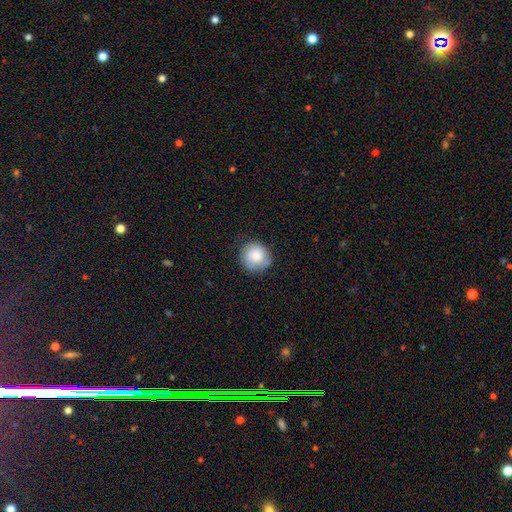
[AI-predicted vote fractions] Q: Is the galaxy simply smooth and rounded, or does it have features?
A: smooth — 73%.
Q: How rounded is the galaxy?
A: round — 90%.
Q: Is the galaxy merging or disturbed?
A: none — 76%.